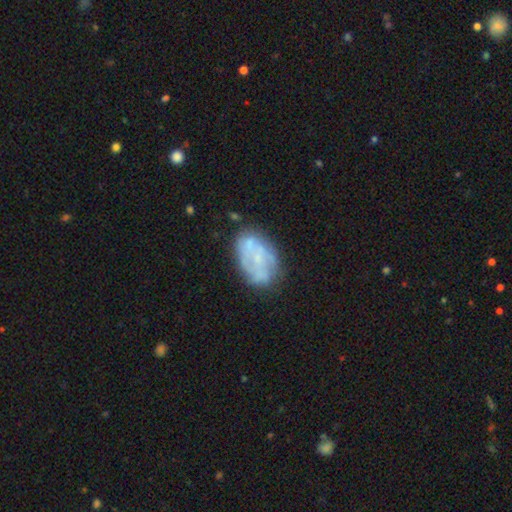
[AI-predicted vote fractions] This appears to be a featured or disk galaxy (56%) with no bar (78%), no spiral arms (67%) and a small central bulge (45%). Merging: none (62%).